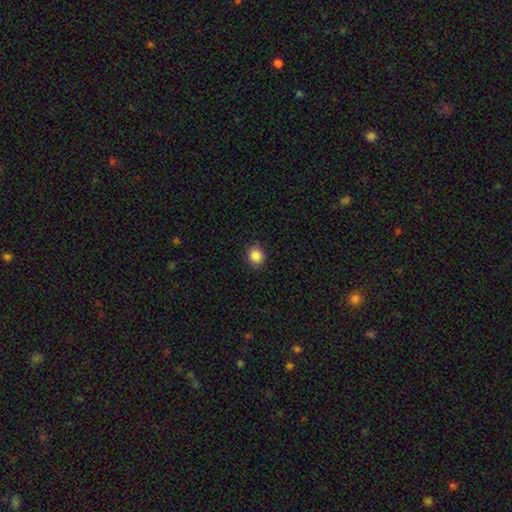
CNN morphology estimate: smooth 86%, star or artifact 10%, featured or disk 4%. Down the decision tree: how rounded — round (79%); merging — none (87%).